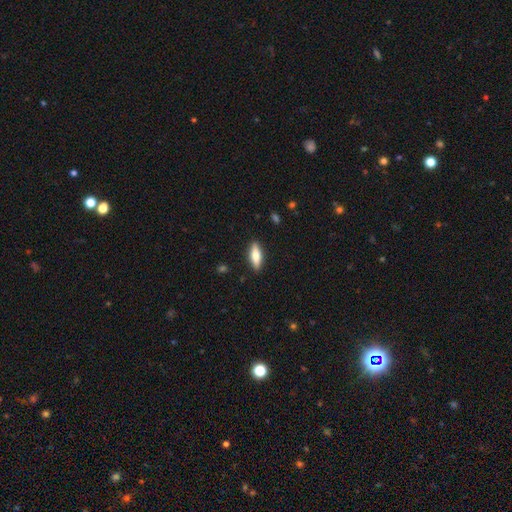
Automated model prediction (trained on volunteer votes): Smooth or featured? smooth (66%)
How rounded? in between (56%)
Merging? none (89%)